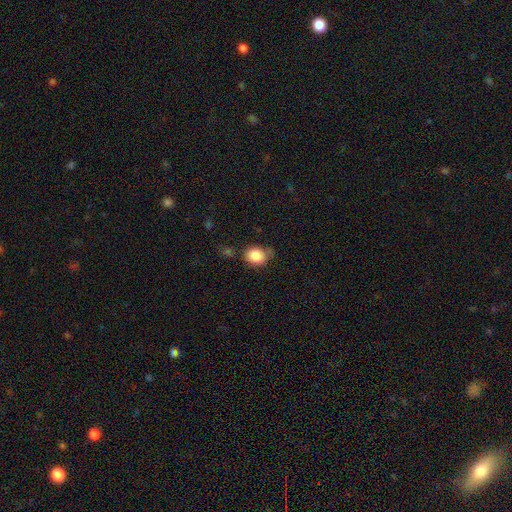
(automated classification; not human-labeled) The model was most divided on "how rounded": round: 51%, in between: 48%, cigar-shaped: 1%. More confident: smooth or featured — smooth (86%); merging — none (59%).